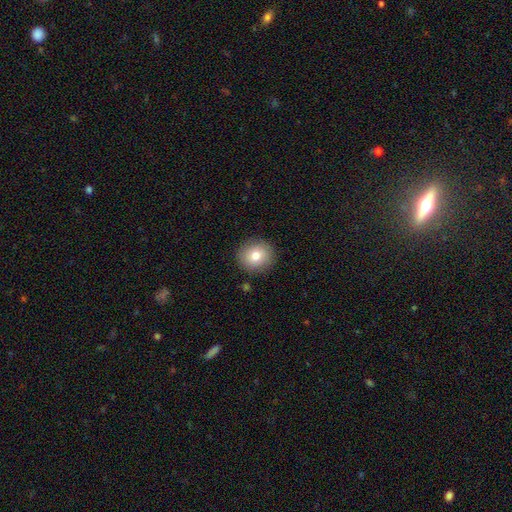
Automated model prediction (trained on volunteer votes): smooth 78%, featured or disk 12%, star or artifact 10%. Down the decision tree: how rounded — round (88%); merging — none (89%).